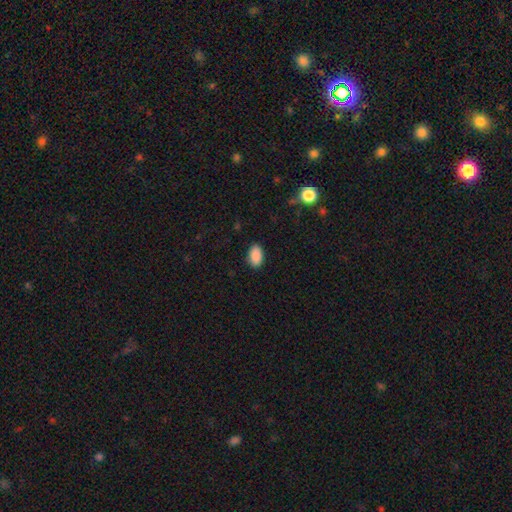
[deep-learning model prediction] Smooth or featured? smooth (90%)
How rounded? in between (93%)
Merging? none (87%)